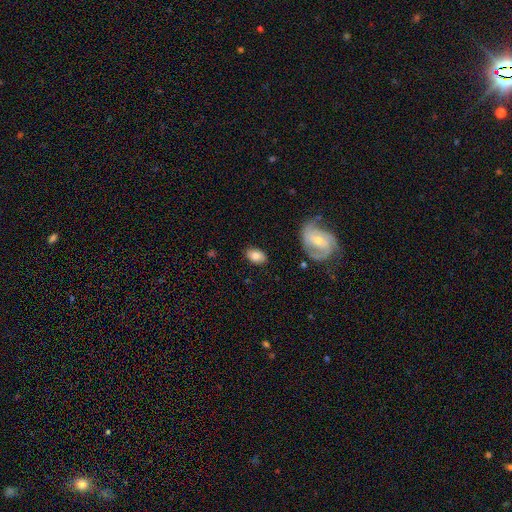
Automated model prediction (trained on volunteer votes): Overall: smooth (77%). How rounded: in between (86%). Merging: none (81%).